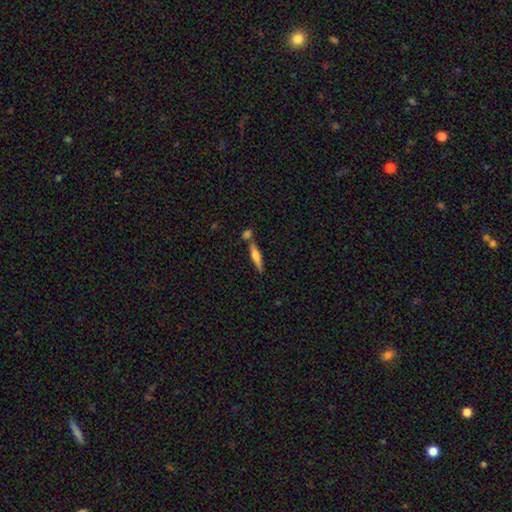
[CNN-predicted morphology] smooth_or_featured: smooth (p=0.52) [alt: featured or disk p=0.42]
how_rounded: cigar-shaped (p=0.83) [alt: in between p=0.14]
merging: none (p=0.65) [alt: merger p=0.21]